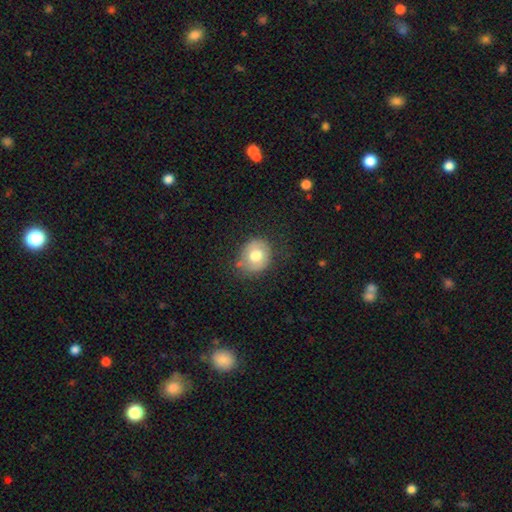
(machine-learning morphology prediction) smooth 67%, featured or disk 25%, star or artifact 8%. Down the decision tree: how rounded — round (61%); merging — none (68%).